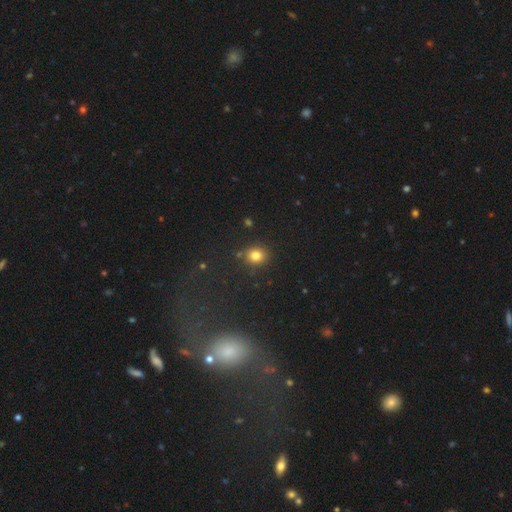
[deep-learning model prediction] smooth-or-featured: smooth: 80% | star or artifact: 14% | featured or disk: 6%
  how-rounded: round: 78% | in between: 21% | cigar-shaped: 1%
  merging: none: 85% | minor disturbance: 9% | merger: 4% | major disturbance: 3%